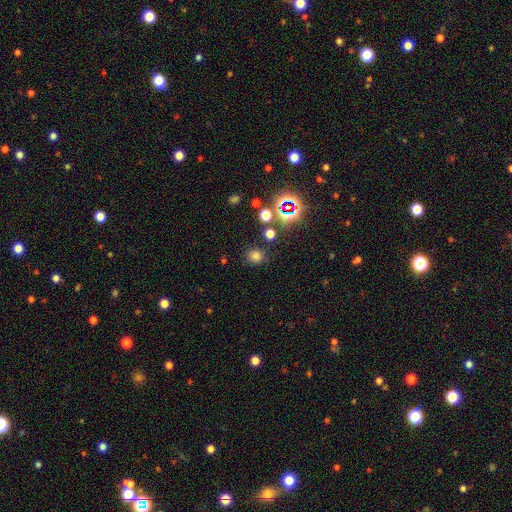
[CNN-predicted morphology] Smooth or featured? smooth (69%)
How rounded? round (86%)
Merging? none (83%)